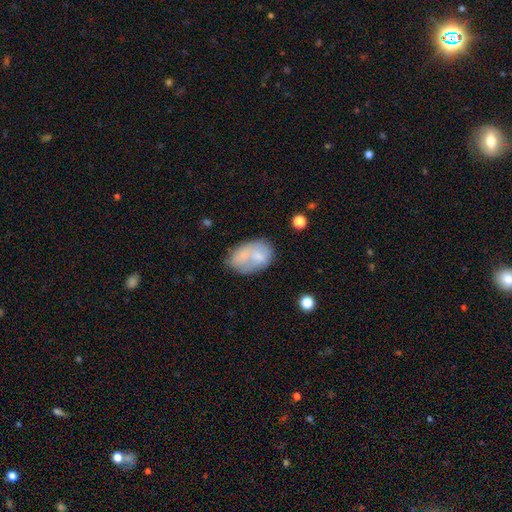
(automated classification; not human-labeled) Smooth or featured? Predicted: smooth (p=0.61). How rounded? Predicted: in between (p=0.85). Merging? Predicted: none (p=0.37).